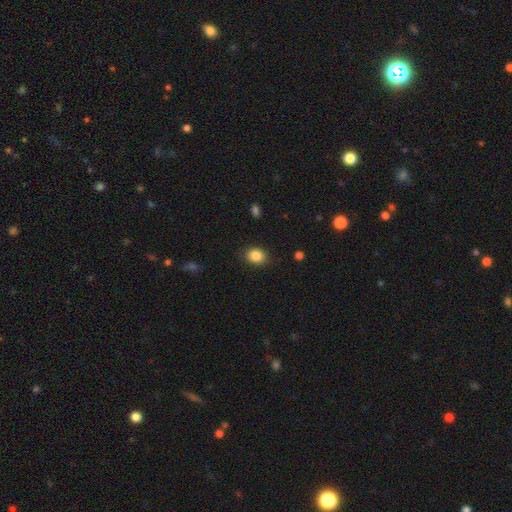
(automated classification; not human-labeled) This appears to be a smooth galaxy with no disk features (86%) that is round (50%, tied with in between). Merging: none (87%).